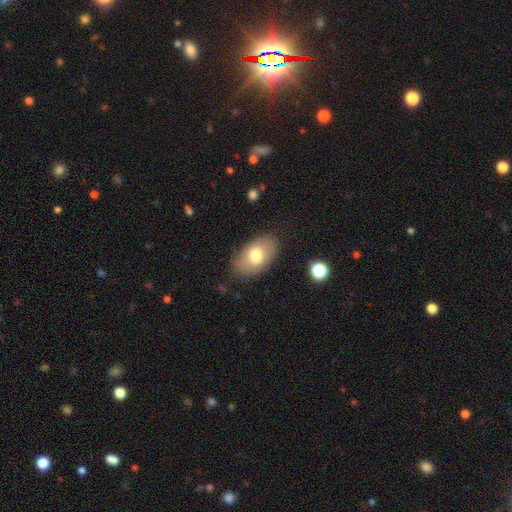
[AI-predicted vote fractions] smooth 72%, featured or disk 20%, star or artifact 7%. Down the decision tree: how rounded — in between (92%); merging — none (81%).